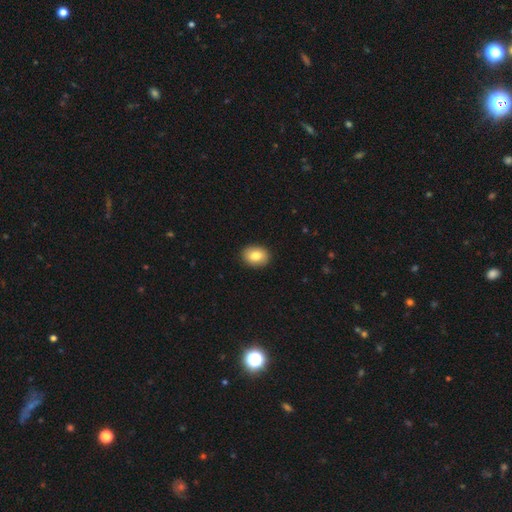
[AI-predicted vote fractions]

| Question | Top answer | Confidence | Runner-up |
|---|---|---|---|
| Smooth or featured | smooth | 82% | featured or disk (10%) |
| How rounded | in between | 61% | round (38%) |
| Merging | none | 91% | minor disturbance (7%) |